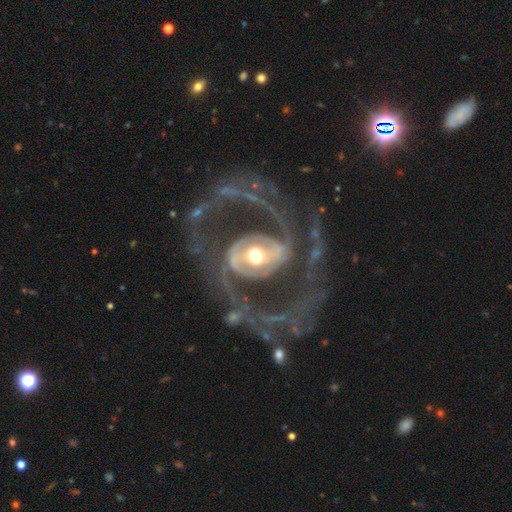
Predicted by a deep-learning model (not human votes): Smooth or featured: featured or disk — 89% (smooth — 5%)
Edge-on disk: no — 97% (yes — 3%)
Bar: no — 35% (strong — 34%)
Spiral arms: yes — 93% (no — 7%)
Spiral winding: medium — 45% (loose — 30%)
Spiral arm count: 2 — 58% (3 — 13%)
Bulge size: moderate — 68% (large — 20%)
Merging: none — 53% (major disturbance — 26%)